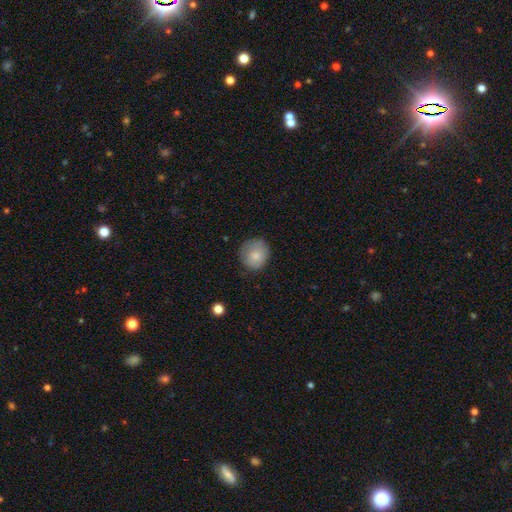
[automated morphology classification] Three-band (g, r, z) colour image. It shows a smooth galaxy with no disk features (80%) that is round (84%). Merging: none (72%).